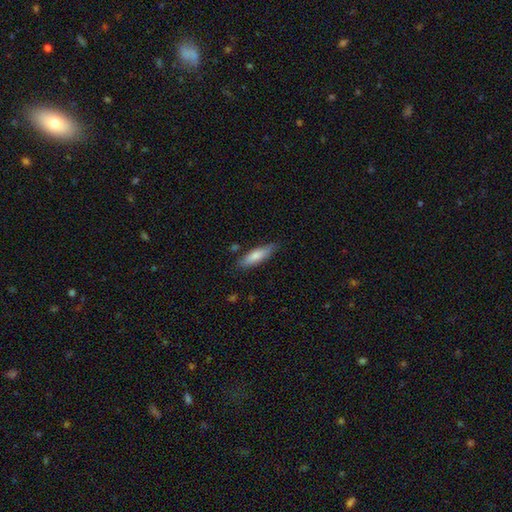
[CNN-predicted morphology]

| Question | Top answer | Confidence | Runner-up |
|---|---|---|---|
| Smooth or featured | smooth | 78% | featured or disk (16%) |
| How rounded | cigar-shaped | 60% | in between (39%) |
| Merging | none | 78% | minor disturbance (16%) |